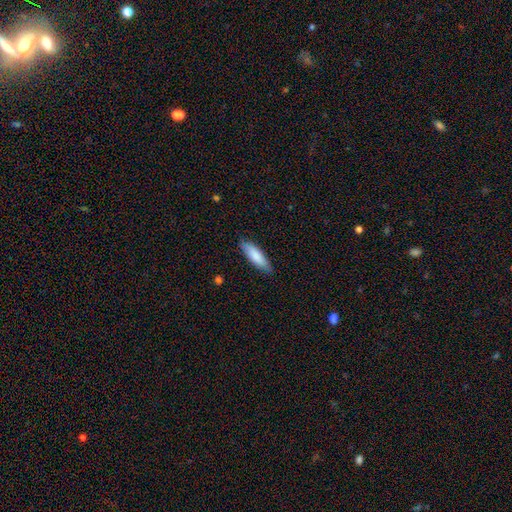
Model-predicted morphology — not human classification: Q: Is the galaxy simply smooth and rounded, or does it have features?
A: smooth — 83%.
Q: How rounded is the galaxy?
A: cigar-shaped — 52%.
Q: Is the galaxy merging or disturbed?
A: none — 85%.